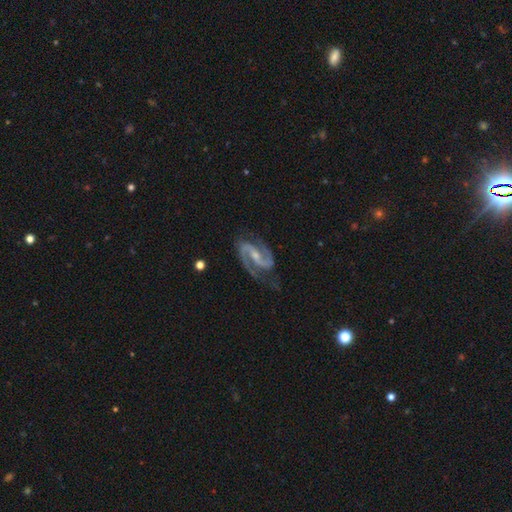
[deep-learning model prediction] Q: Smooth or featured?
A: featured or disk (93%); runner-up: star or artifact (4%)
Q: Edge-on disk?
A: no (98%); runner-up: yes (2%)
Q: Bar?
A: weak (41%); runner-up: strong (34%)
Q: Spiral arms?
A: yes (98%); runner-up: no (2%)
Q: Spiral winding?
A: medium (63%); runner-up: tight (21%)
Q: Spiral arm count?
A: 2 (94%); runner-up: can't tell (1%)
Q: Bulge size?
A: small (53%); runner-up: moderate (38%)
Q: Merging?
A: none (73%); runner-up: minor disturbance (18%)